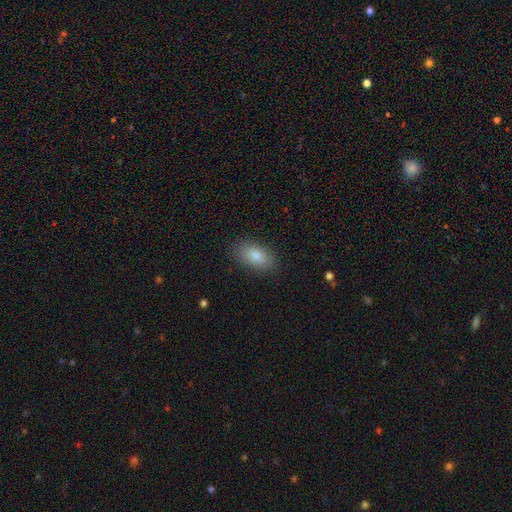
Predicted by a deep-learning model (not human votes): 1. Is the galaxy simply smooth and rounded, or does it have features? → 84% smooth, 8% featured or disk, 7% star or artifact.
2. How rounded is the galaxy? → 92% in between, 5% round, 3% cigar-shaped.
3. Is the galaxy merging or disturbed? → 86% none, 10% minor disturbance, 3% major disturbance, 1% merger.